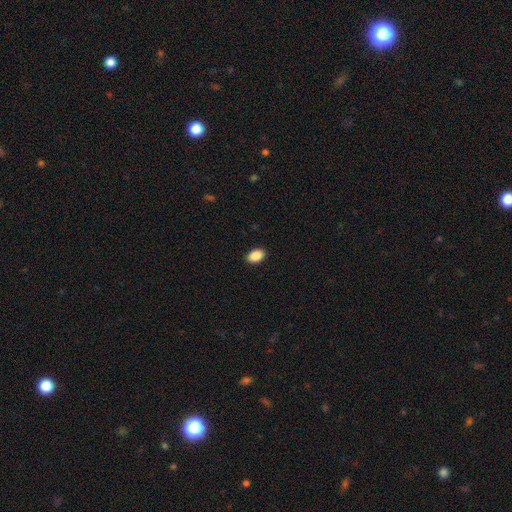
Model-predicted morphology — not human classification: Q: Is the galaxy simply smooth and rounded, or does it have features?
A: smooth — 89%.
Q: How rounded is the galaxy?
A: in between — 86%.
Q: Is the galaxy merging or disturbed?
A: none — 91%.